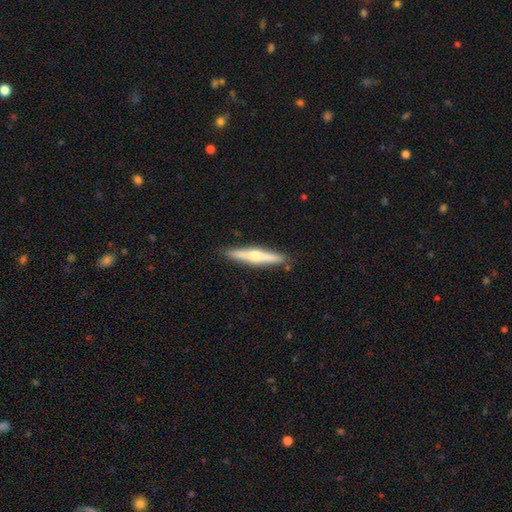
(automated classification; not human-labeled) Overall: featured or disk (58%; smooth 37%). Edge-on disk: yes (95%). Edge-on bulge: rounded (91%). Merging: none (89%).